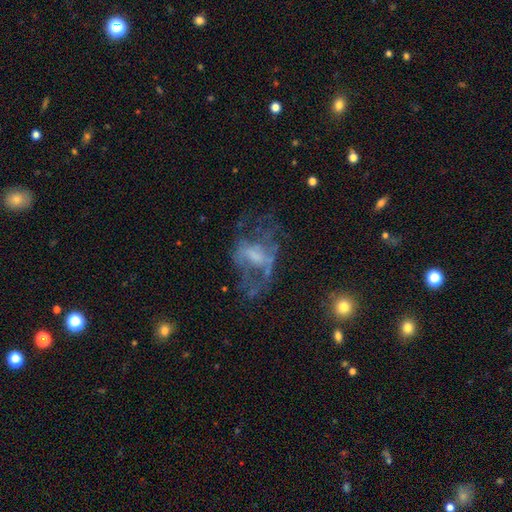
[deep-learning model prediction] This is likely a featured or disk galaxy (63%). It is clearly not viewed edge-on (96%). Bar: possibly no (55%). Spiral arm pattern: likely no (66%). Central bulge: marginally none (35%). Merging: possibly major disturbance (46%).